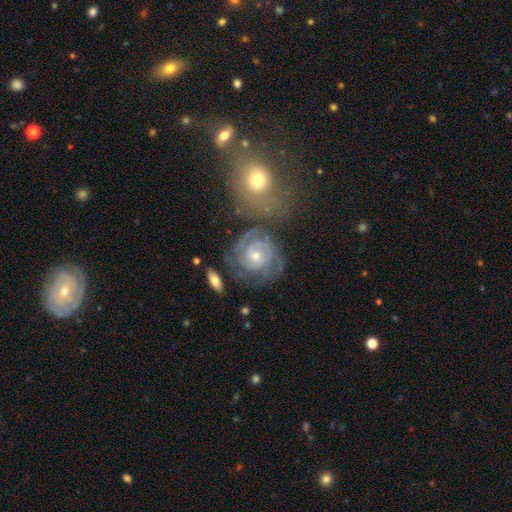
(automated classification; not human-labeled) This appears to be a featured or disk galaxy (84%) with no bar (73%), 2 (40%) tight (75%) spiral arms (96%) and a small central bulge (51%). Merging: none (64%).